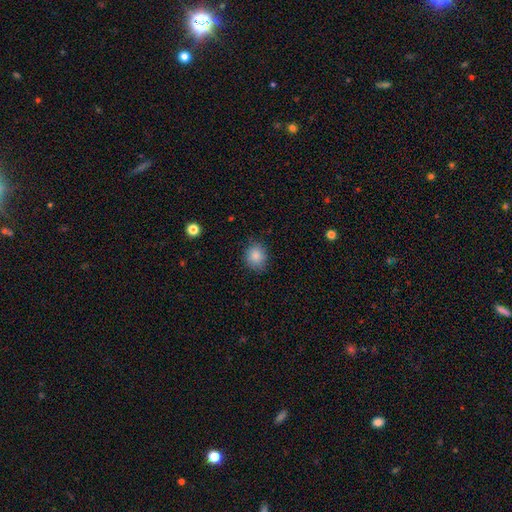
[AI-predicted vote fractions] smooth_or_featured: smooth (p=0.85) [alt: star or artifact p=0.09]
how_rounded: round (p=0.75) [alt: in between p=0.24]
merging: none (p=0.83) [alt: minor disturbance p=0.13]